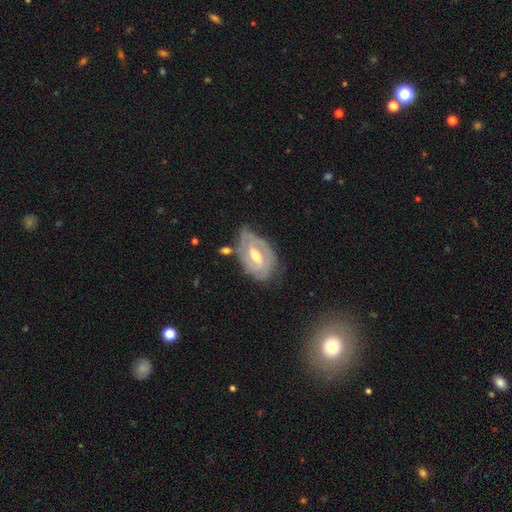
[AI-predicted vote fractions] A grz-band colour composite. It shows a featured or disk galaxy (80%) with a weak bar (52%), 2 (46%) tight (64%) spiral arms (85%) and a moderate central bulge (72%). Merging: none (57%).